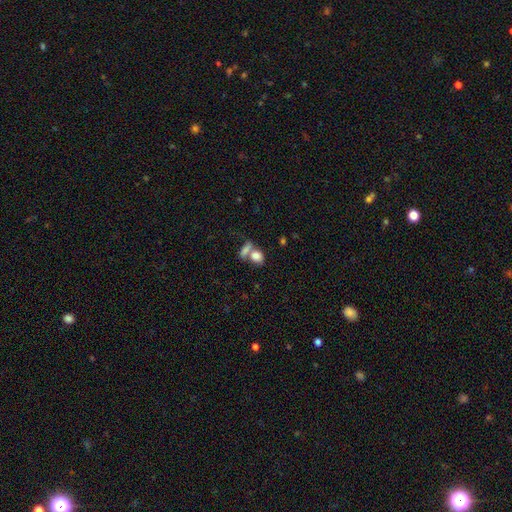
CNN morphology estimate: A smooth galaxy with no disk features (81%) that is in between round and cigar-shaped (64%).

Vote fractions:
- Smooth or featured? smooth: 81% / featured or disk: 10% / star or artifact: 9%
- How rounded? in between: 64% / round: 32% / cigar-shaped: 4%
- Merging? merger: 51% / none: 34% / minor disturbance: 9% / major disturbance: 6%